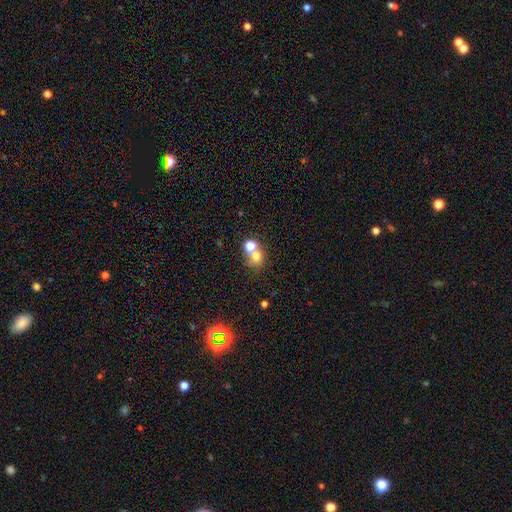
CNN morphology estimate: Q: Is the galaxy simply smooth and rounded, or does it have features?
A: smooth — 70%.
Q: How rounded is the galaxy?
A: round — 74%.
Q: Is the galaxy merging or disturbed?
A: merger — 49%.